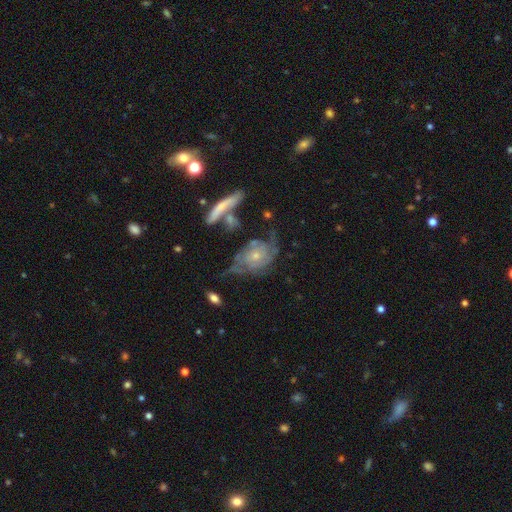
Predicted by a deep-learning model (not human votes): Smooth or featured?
  - featured or disk: 82% *
  - smooth: 11%
  - star or artifact: 6%
Edge-on disk?
  - no: 95% *
  - yes: 5%
Bar?
  - no: 76% *
  - weak: 19%
  - strong: 4%
Spiral arms?
  - yes: 93% *
  - no: 7%
Spiral winding?
  - tight: 54% *
  - medium: 34%
  - loose: 12%
Spiral arm count?
  - 2: 31% *
  - can't tell: 30%
  - 3: 21%
  - 4: 8%
  - 1: 5%
  - more than 4: 5%
Bulge size?
  - small: 64% *
  - moderate: 30%
  - none: 3%
  - large: 2%
  - dominant: 1%
Merging?
  - none: 49% *
  - minor disturbance: 23%
  - major disturbance: 20%
  - merger: 8%